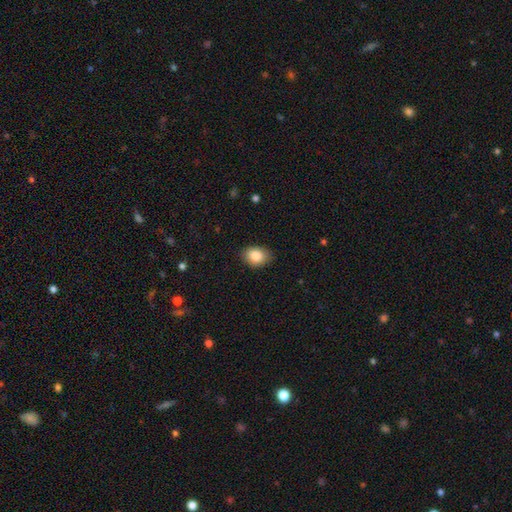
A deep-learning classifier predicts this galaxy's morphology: Q: Smooth or featured?
A: smooth (86%); runner-up: star or artifact (8%)
Q: How rounded?
A: in between (70%); runner-up: round (29%)
Q: Merging?
A: none (84%); runner-up: minor disturbance (12%)